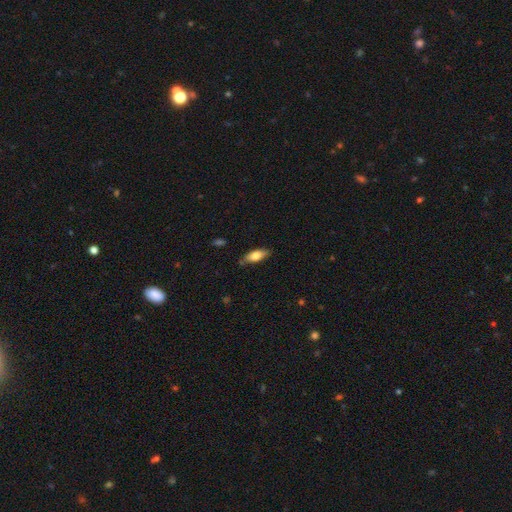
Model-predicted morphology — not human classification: Smooth or featured?
  - smooth: 70% *
  - featured or disk: 24%
  - star or artifact: 7%
How rounded?
  - in between: 72% *
  - cigar-shaped: 26%
  - round: 3%
Merging?
  - none: 77% *
  - minor disturbance: 18%
  - major disturbance: 3%
  - merger: 2%